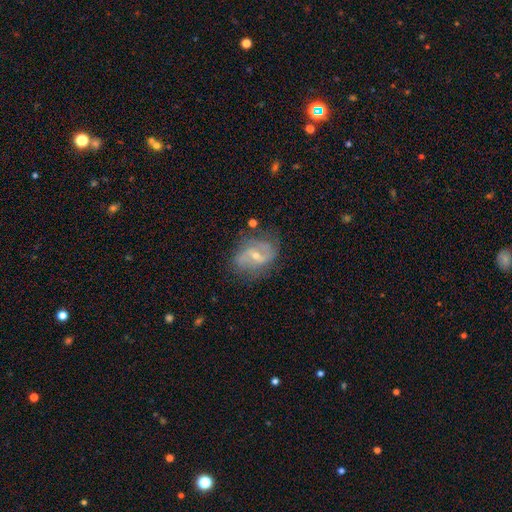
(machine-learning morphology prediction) smooth-or-featured: featured or disk: 78% | smooth: 13% | star or artifact: 9%
  disk-edge-on: no: 96% | yes: 4%
    bar: weak: 47% | no: 29% | strong: 24%
    has-spiral-arms: yes: 90% | no: 10%
      spiral-winding: loose: 44% | medium: 39% | tight: 17%
      spiral-arm-count: 2: 81% | can't tell: 10% | 3: 3% | 1: 3% | 4: 2% | more than 4: 2%
    bulge-size: small: 53% | moderate: 43% | none: 2% | large: 1% | dominant: 1%
  merging: none: 73% | minor disturbance: 18% | major disturbance: 7% | merger: 2%